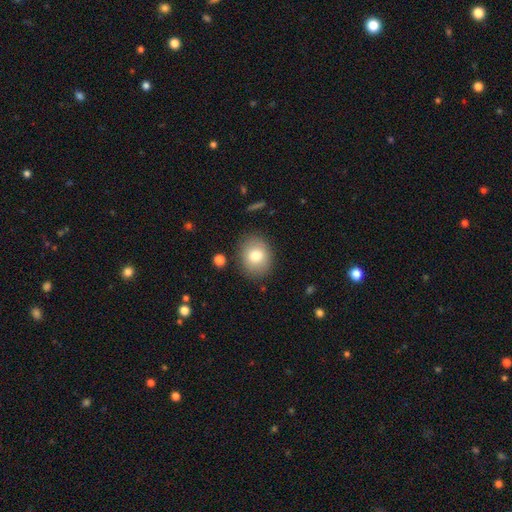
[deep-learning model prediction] This appears to be a smooth galaxy with no disk features (78%) that is round (58%). Merging: none (84%).